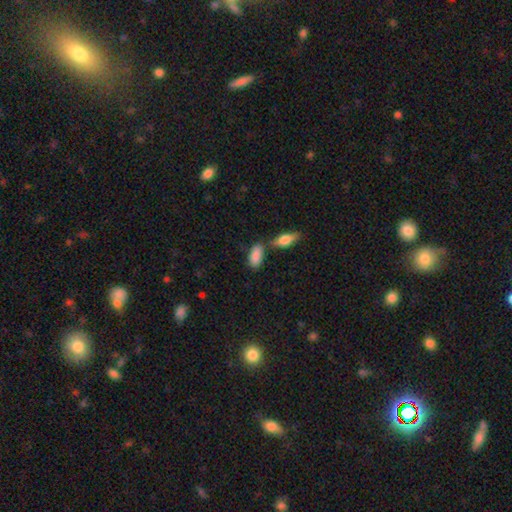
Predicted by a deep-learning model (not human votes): smooth_or_featured: smooth (p=0.87) [alt: featured or disk p=0.07]
how_rounded: in between (p=0.86) [alt: cigar-shaped p=0.11]
merging: none (p=0.55) [alt: merger p=0.26]